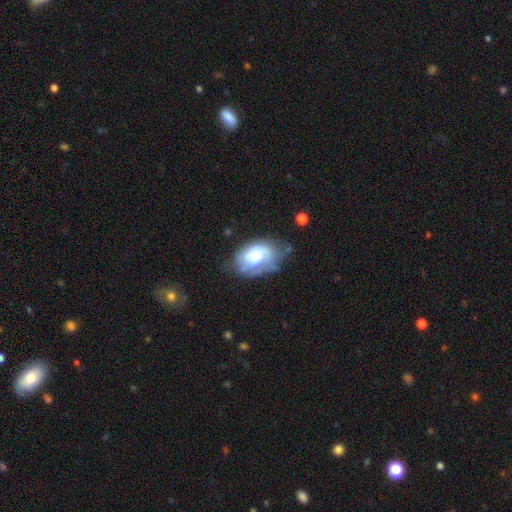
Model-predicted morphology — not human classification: This is possibly a smooth galaxy (59%). How rounded: clearly in between (87%). Merging: marginally none (37%).